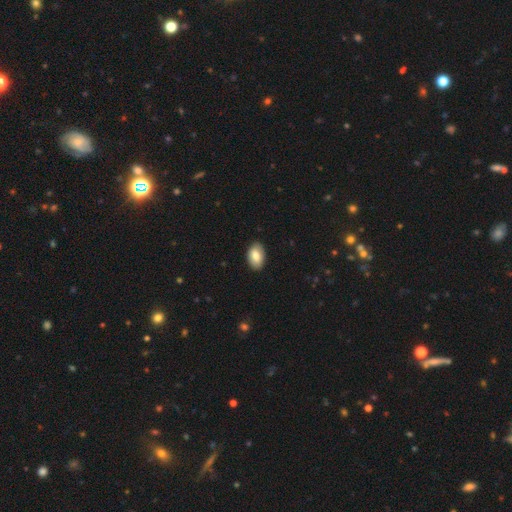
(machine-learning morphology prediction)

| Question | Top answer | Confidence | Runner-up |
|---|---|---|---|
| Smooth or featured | smooth | 82% | featured or disk (12%) |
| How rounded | in between | 93% | round (5%) |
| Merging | none | 88% | minor disturbance (10%) |